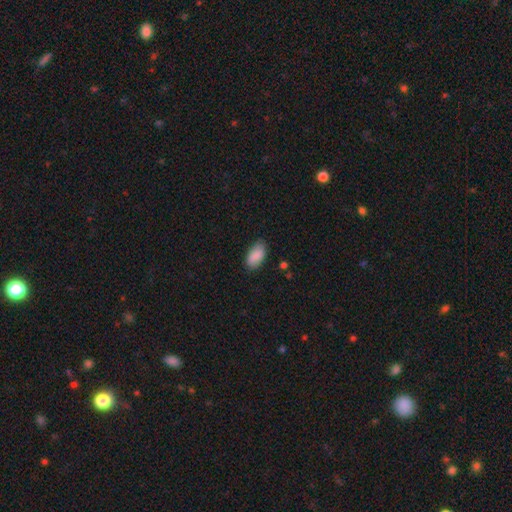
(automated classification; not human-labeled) Overall: smooth (87%). How rounded: in between (94%). Merging: none (81%).